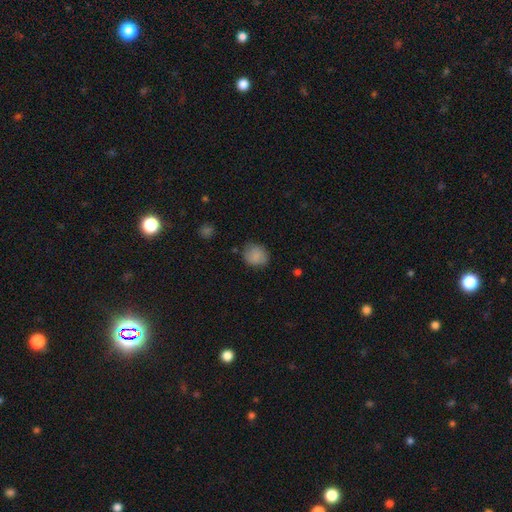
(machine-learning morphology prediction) smooth_or_featured: smooth (p=0.84) [alt: star or artifact p=0.09]
how_rounded: round (p=0.63) [alt: in between p=0.36]
merging: none (p=0.73) [alt: minor disturbance p=0.21]